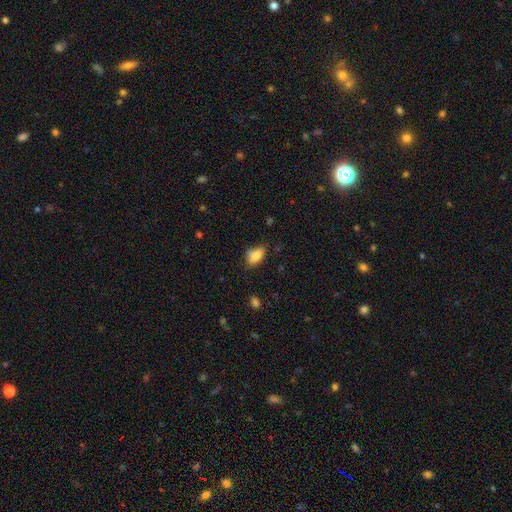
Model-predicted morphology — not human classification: The model was most divided on "merging": none: 61%, minor disturbance: 29%, major disturbance: 6%, merger: 4%. More confident: how rounded — in between (89%); smooth or featured — smooth (84%).